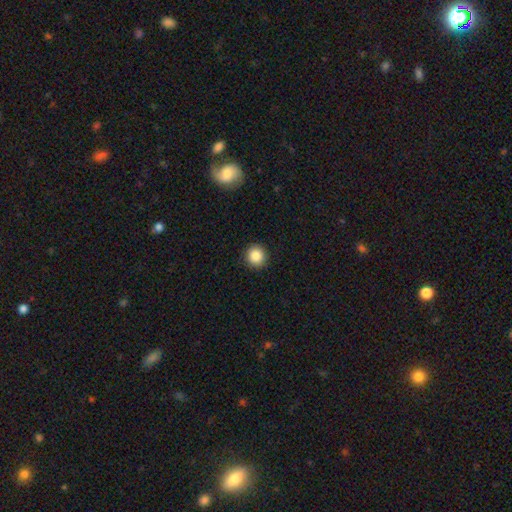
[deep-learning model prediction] This appears to be a smooth galaxy with no disk features (87%) that is round (93%). Merging: none (92%).